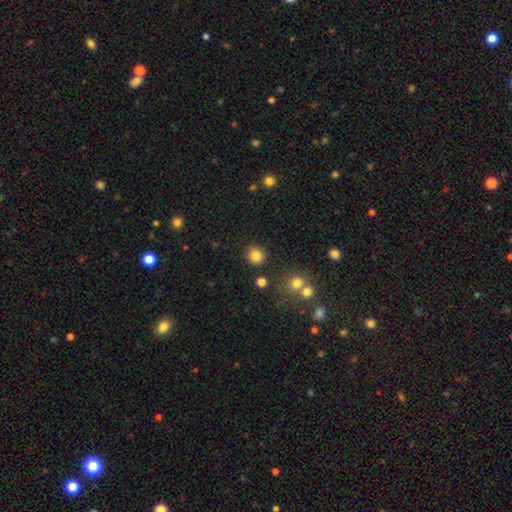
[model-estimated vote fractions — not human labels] This is clearly a smooth galaxy (82%). How rounded: clearly round (89%). Merging: clearly none (86%).